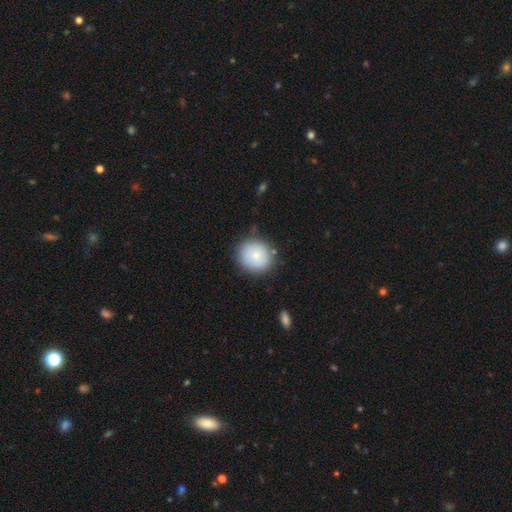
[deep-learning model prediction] Smooth or featured? Predicted: smooth (p=0.83). How rounded? Predicted: round (p=0.85). Merging? Predicted: none (p=0.83).